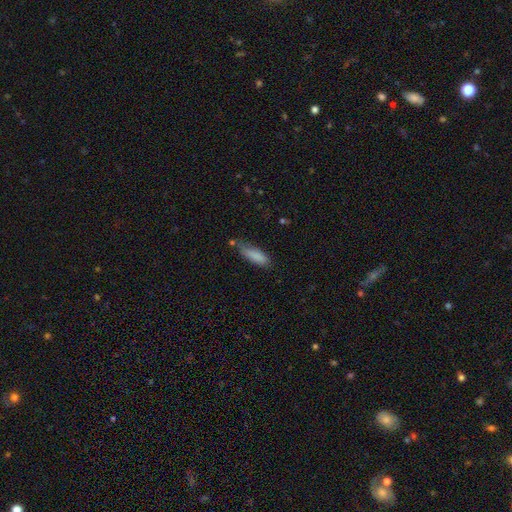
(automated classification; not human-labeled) smooth_or_featured: smooth (p=0.85) [alt: star or artifact p=0.08]
how_rounded: cigar-shaped (p=0.52) [alt: in between p=0.47]
merging: none (p=0.56) [alt: minor disturbance p=0.31]